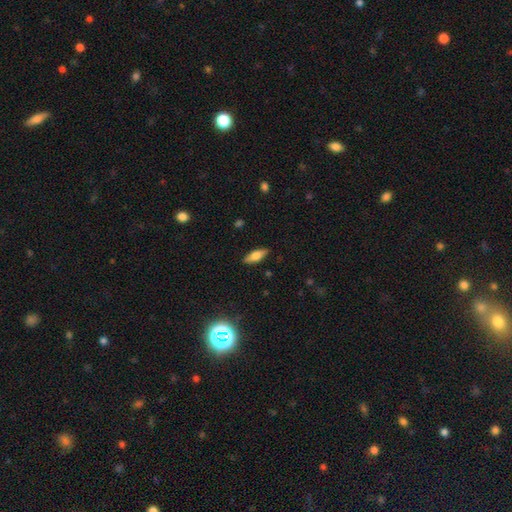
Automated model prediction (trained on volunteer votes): This appears to be a smooth galaxy with no disk features (67%) that is in between round and cigar-shaped (66%). Merging: none (87%).